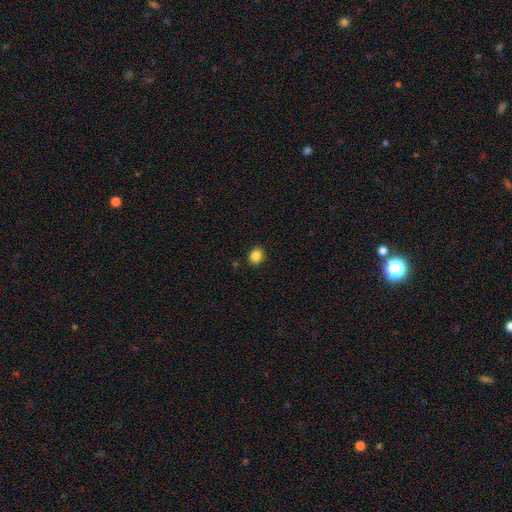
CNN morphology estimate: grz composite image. It shows a smooth galaxy with no disk features (86%) that is round (65%). Merging: none (89%).